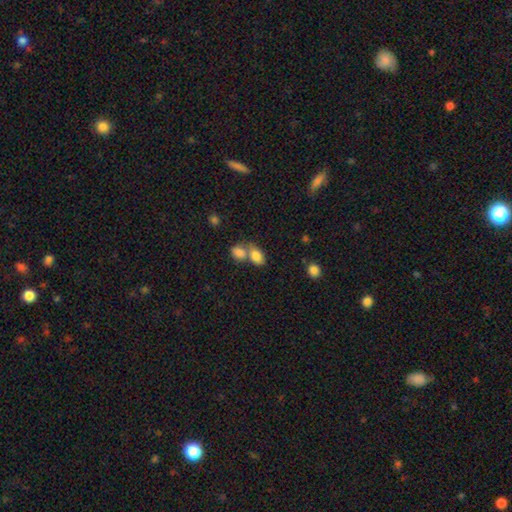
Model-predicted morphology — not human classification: Q: Smooth or featured?
A: smooth (82%); runner-up: featured or disk (10%)
Q: How rounded?
A: in between (83%); runner-up: round (15%)
Q: Merging?
A: merger (61%); runner-up: none (27%)